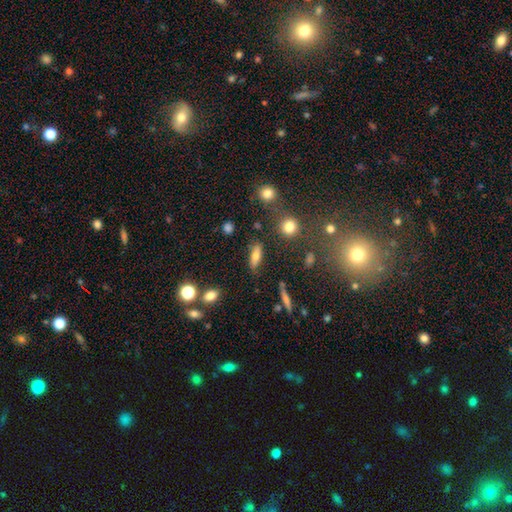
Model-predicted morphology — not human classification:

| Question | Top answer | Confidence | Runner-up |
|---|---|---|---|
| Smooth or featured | smooth | 64% | featured or disk (25%) |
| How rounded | in between | 56% | cigar-shaped (38%) |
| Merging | none | 79% | minor disturbance (13%) |